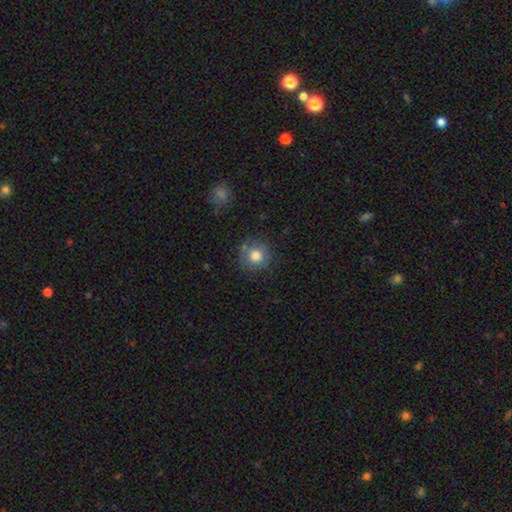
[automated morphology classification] smooth 79%, featured or disk 11%, star or artifact 10%. Down the decision tree: how rounded — round (93%); merging — none (79%).